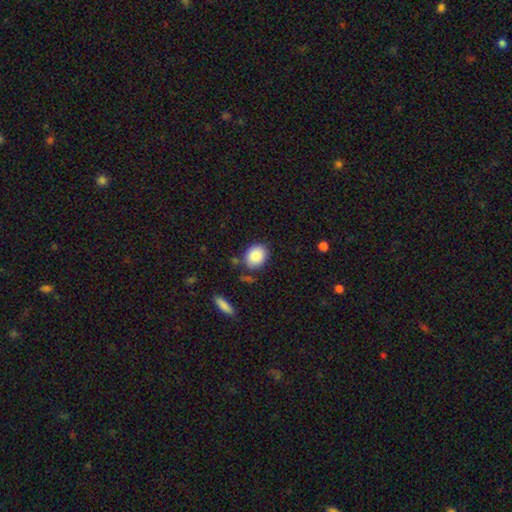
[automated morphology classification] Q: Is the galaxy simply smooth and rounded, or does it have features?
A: smooth — 87%.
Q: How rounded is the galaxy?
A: in between — 52%.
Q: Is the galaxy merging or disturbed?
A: none — 78%.